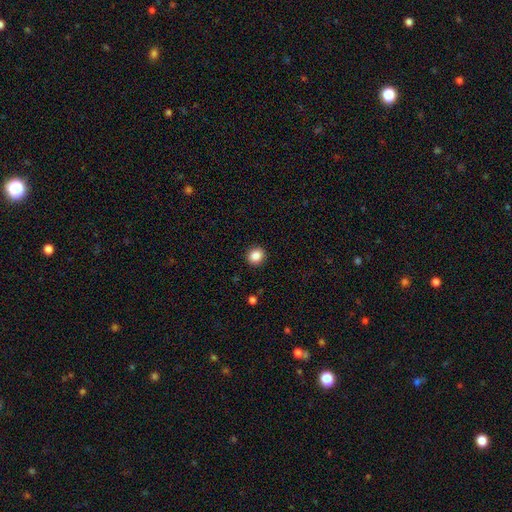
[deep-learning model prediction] The model was most divided on "how rounded": round: 86%, in between: 13%, cigar-shaped: 1%. More confident: merging — none (91%); smooth or featured — smooth (87%).